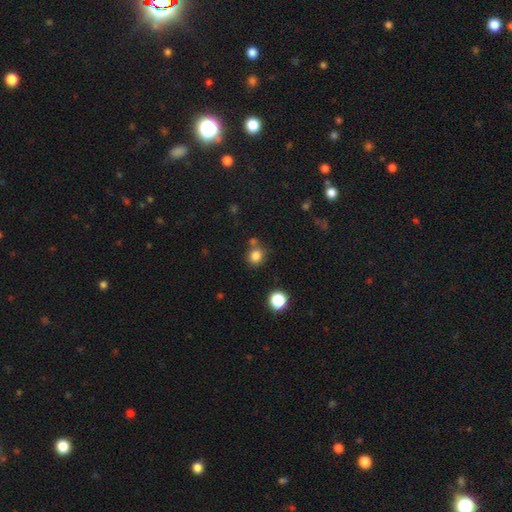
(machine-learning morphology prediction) smooth 82%, star or artifact 13%, featured or disk 5%. Down the decision tree: how rounded — round (80%); merging — none (73%).